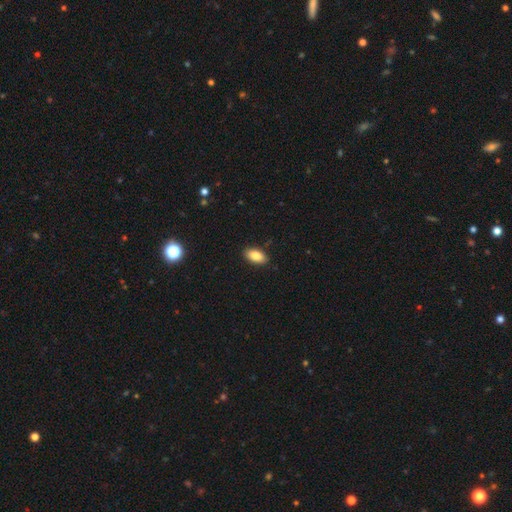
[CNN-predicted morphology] A smooth galaxy with no disk features (86%) that is in between round and cigar-shaped (93%).

Vote fractions:
- Smooth or featured? smooth: 86% / star or artifact: 7% / featured or disk: 6%
- How rounded? in between: 93% / cigar-shaped: 4% / round: 3%
- Merging? none: 88% / minor disturbance: 9% / major disturbance: 2% / merger: 1%